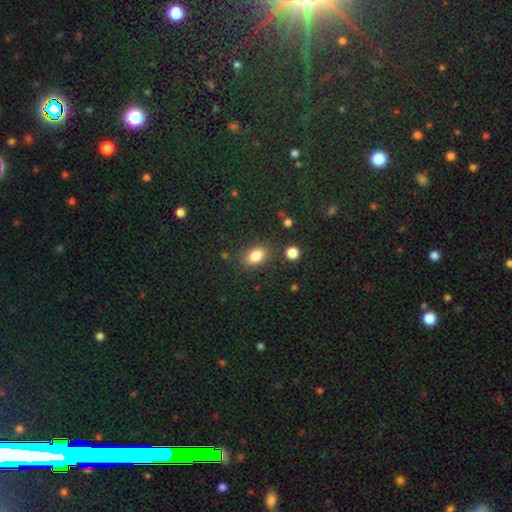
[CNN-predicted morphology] Smooth or featured: smooth — 84% (star or artifact — 10%)
How rounded: in between — 82% (round — 17%)
Merging: none — 82% (minor disturbance — 11%)